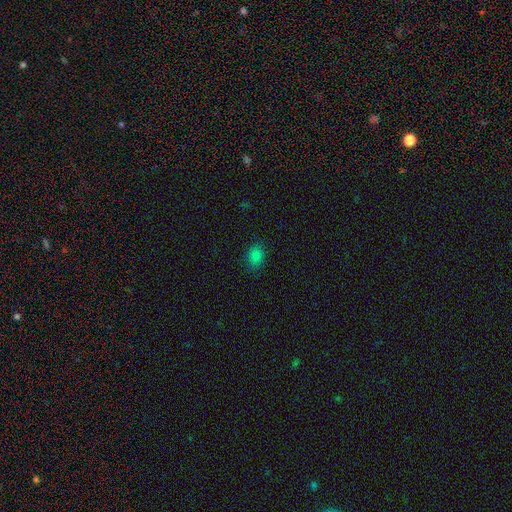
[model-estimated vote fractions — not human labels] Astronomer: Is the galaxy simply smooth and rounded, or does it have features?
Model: smooth — 81%.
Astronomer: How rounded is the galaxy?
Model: in between — 63%.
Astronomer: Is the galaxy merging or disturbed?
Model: none — 83%.